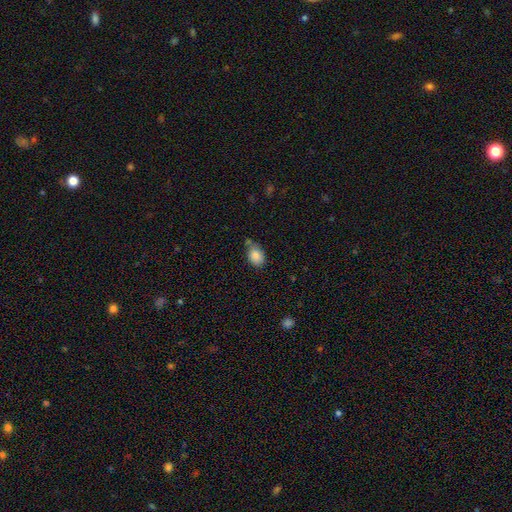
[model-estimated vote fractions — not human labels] Smooth or featured: smooth — 86% (star or artifact — 8%)
How rounded: in between — 76% (round — 22%)
Merging: none — 56% (minor disturbance — 28%)